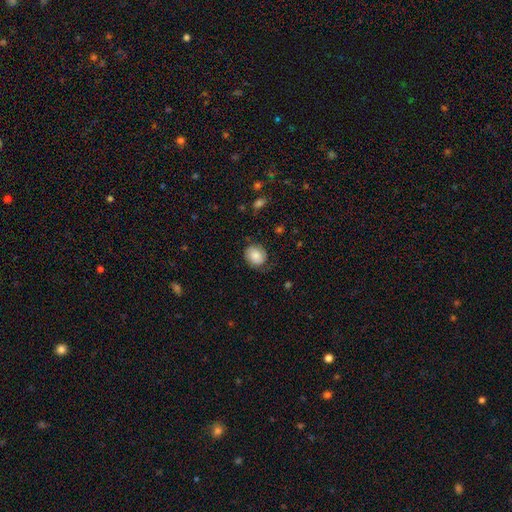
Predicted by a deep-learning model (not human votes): A smooth galaxy with no disk features (73%) that is round (61%).

Vote fractions:
- Smooth or featured? smooth: 73% / featured or disk: 20% / star or artifact: 8%
- How rounded? round: 61% / in between: 38% / cigar-shaped: 1%
- Merging? none: 66% / minor disturbance: 23% / major disturbance: 10% / merger: 1%